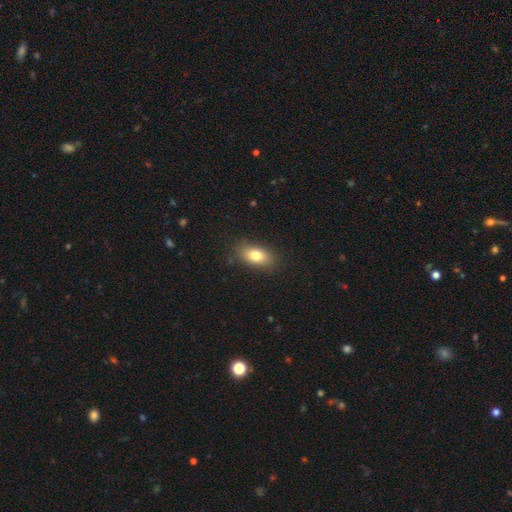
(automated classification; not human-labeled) This appears to be a smooth galaxy with no disk features (79%) that is in between round and cigar-shaped (85%). Merging: none (84%).